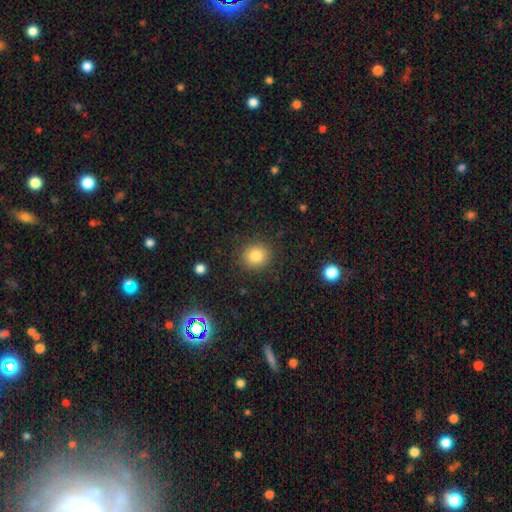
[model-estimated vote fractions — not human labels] Smooth or featured? smooth (83%)
How rounded? round (81%)
Merging? none (88%)